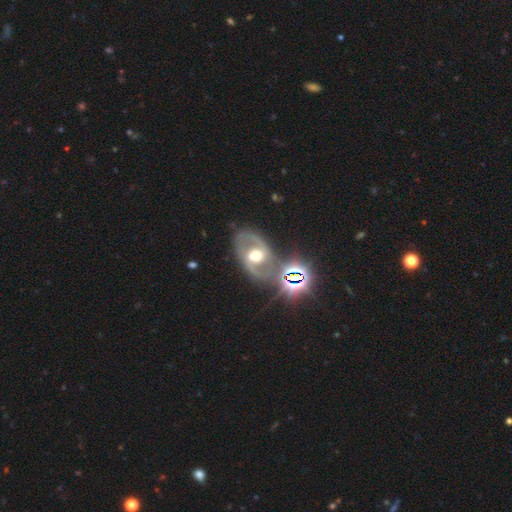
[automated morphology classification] This appears to be a featured or disk galaxy (76%) with no bar (42%), 2 (88%) medium (53%) spiral arms (85%) and a moderate central bulge (73%). Merging: none (68%).